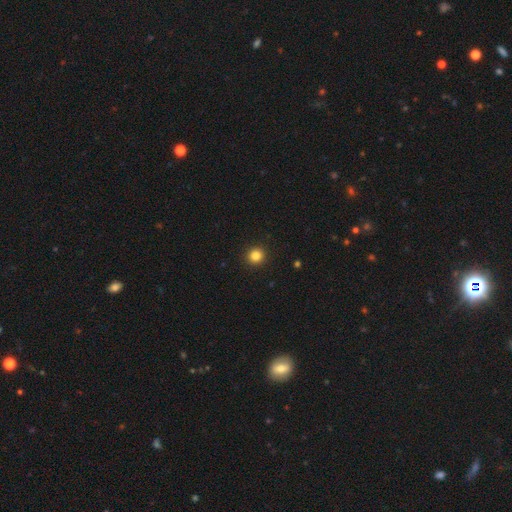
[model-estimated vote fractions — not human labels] Q: Smooth or featured?
A: smooth (85%); runner-up: star or artifact (12%)
Q: How rounded?
A: round (93%); runner-up: in between (6%)
Q: Merging?
A: none (93%); runner-up: minor disturbance (5%)